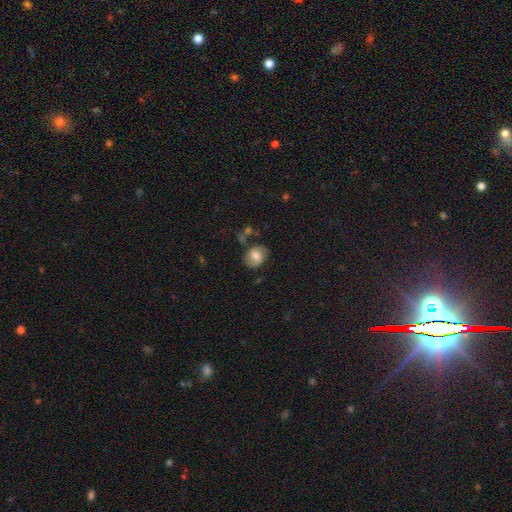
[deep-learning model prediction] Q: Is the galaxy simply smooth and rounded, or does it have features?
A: smooth — 62%.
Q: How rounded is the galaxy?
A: in between — 49%, tied with round.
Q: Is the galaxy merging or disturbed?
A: none — 71%.